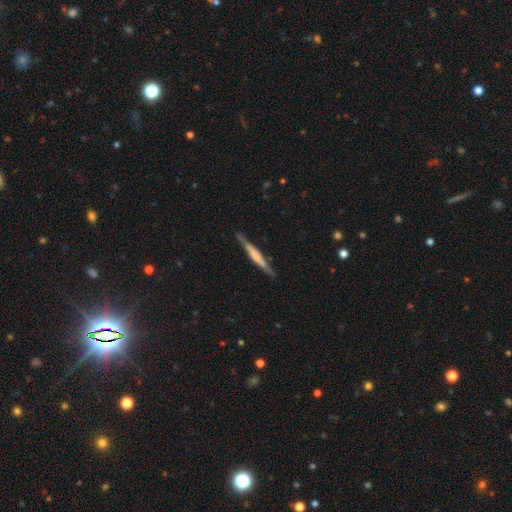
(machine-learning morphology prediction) type=featured or disk (59%); edge-on=yes (96%); edge-on bulge=boxy (44%); merging=none (84%).